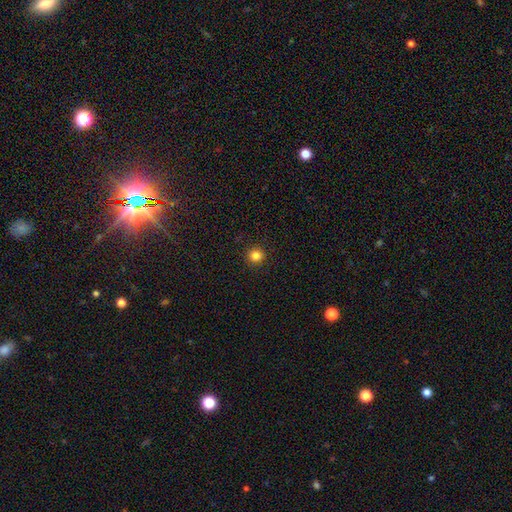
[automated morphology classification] type=smooth (83%); roundness=round (95%); merging=none (93%).